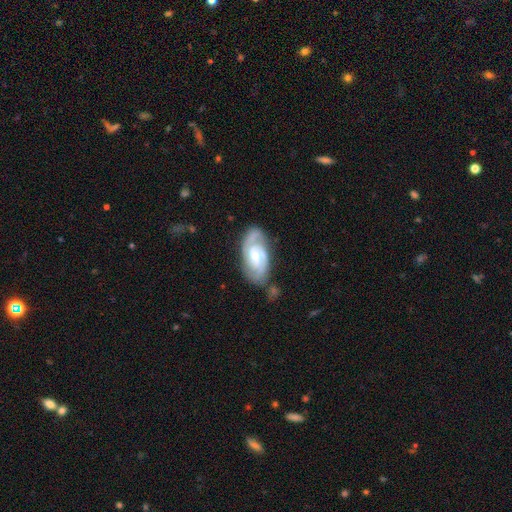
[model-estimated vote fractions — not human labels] A featured or disk galaxy (81%) with a weak bar (48%), 2 (78%) tight (50%) spiral arms (95%) and a small central bulge (45%, tied with moderate).

Vote fractions:
- Smooth or featured? featured or disk: 81% / smooth: 14% / star or artifact: 5%
- Edge-on disk? no: 96% / yes: 4%
- Bar? weak: 48% / no: 39% / strong: 13%
- Spiral arms? yes: 95% / no: 5%
- Spiral winding? tight: 50% / medium: 41% / loose: 9%
- Spiral arm count? 2: 78% / can't tell: 10% / 3: 7% / 1: 3% / 4: 2% / more than 4: 1%
- Bulge size? small: 45% (tied) / moderate: 45% (tied) / large: 5% / none: 4% / dominant: 1%
- Merging? none: 70% / minor disturbance: 19% / major disturbance: 6% / merger: 5%